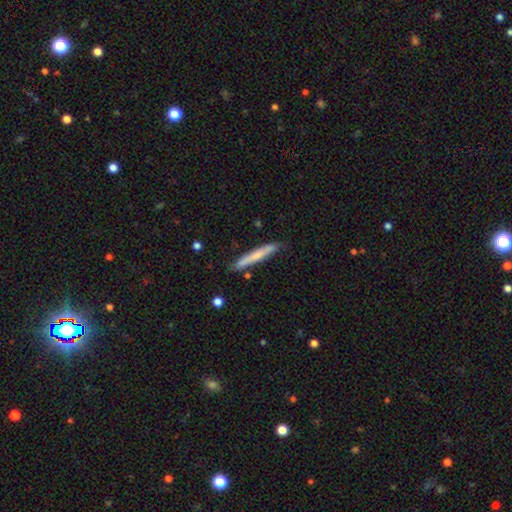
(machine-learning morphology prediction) This appears to be a smooth galaxy with no disk features (61%) that is cigar-shaped (96%). Merging: none (84%).